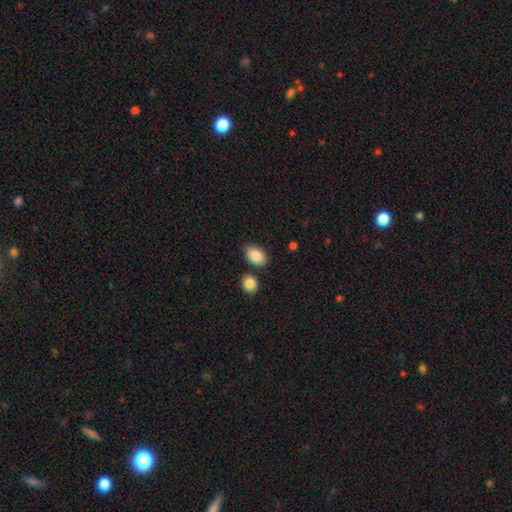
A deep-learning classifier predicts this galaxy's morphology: The model was most divided on "merging": none: 79%, minor disturbance: 11%, merger: 7%, major disturbance: 3%. More confident: smooth or featured — smooth (89%); how rounded — in between (86%).